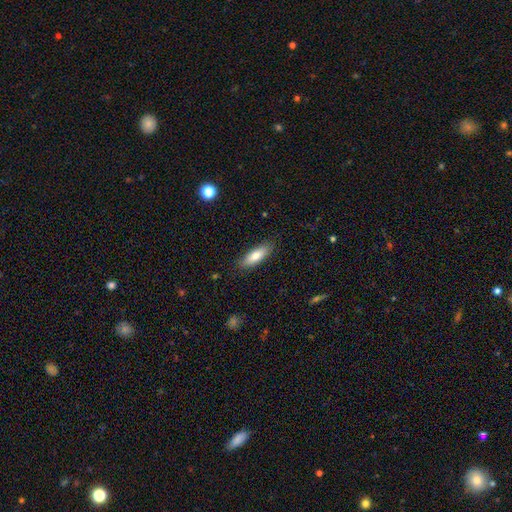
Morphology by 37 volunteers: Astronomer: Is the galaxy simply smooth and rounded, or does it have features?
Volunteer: smooth — 76%.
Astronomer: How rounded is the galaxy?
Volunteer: in between — 54% (runner-up: cigar-shaped, 39%).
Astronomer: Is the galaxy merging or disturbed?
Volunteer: none — 91%.